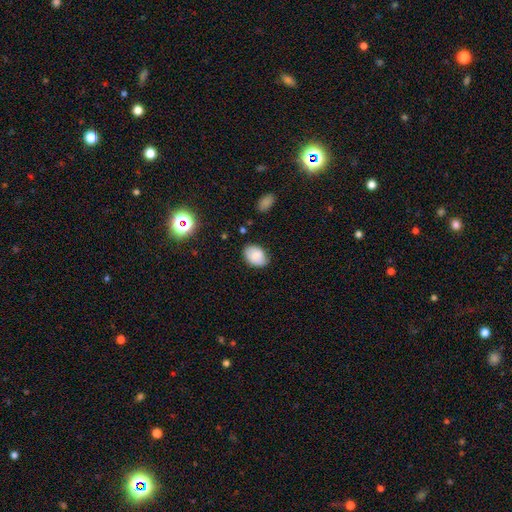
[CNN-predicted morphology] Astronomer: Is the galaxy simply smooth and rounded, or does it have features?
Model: smooth — 78%.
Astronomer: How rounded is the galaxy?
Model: in between — 76%.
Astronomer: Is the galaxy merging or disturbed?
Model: none — 76%.